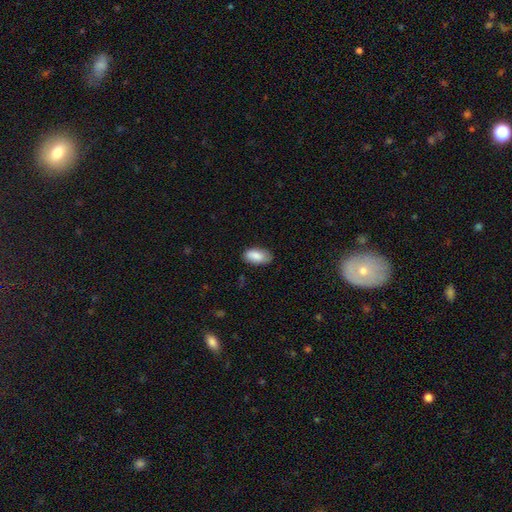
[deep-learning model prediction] A smooth galaxy with no disk features (87%) that is in between round and cigar-shaped (94%).

Vote fractions:
- Smooth or featured? smooth: 87% / star or artifact: 6% / featured or disk: 6%
- How rounded? in between: 94% / round: 3% / cigar-shaped: 3%
- Merging? none: 78% / minor disturbance: 18% / major disturbance: 3% / merger: 1%